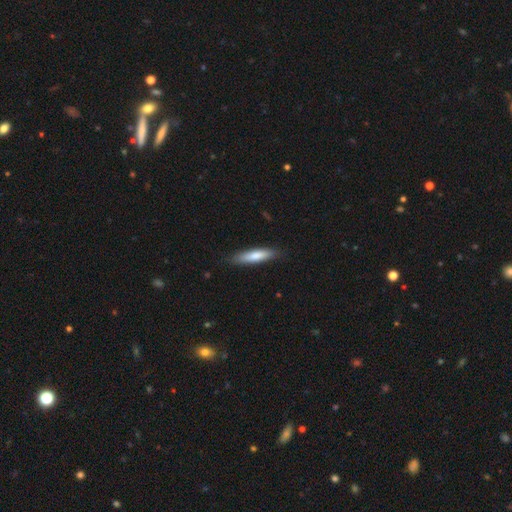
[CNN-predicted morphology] Smooth or featured: smooth — 75% (featured or disk — 20%)
How rounded: cigar-shaped — 78% (in between — 21%)
Merging: none — 84% (minor disturbance — 12%)